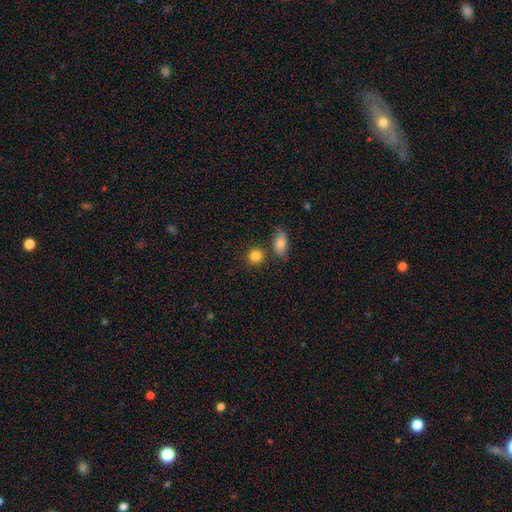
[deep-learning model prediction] The model was most divided on "merging": none: 74%, merger: 13%, minor disturbance: 10%, major disturbance: 3%. More confident: smooth or featured — smooth (85%); how rounded — round (83%).